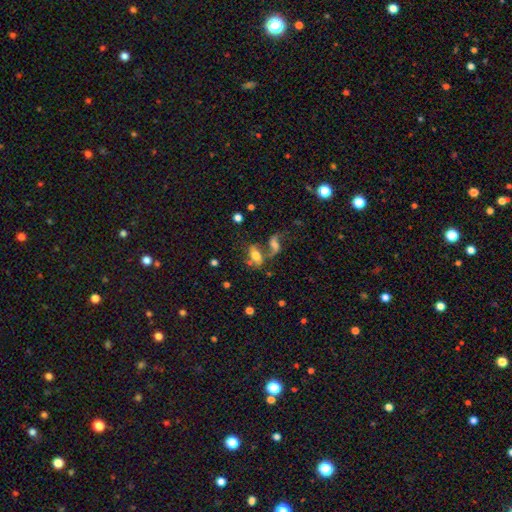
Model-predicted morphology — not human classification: Q: Smooth or featured?
A: smooth (59%); runner-up: featured or disk (29%)
Q: How rounded?
A: in between (83%); runner-up: round (9%)
Q: Merging?
A: merger (48%); runner-up: none (30%)